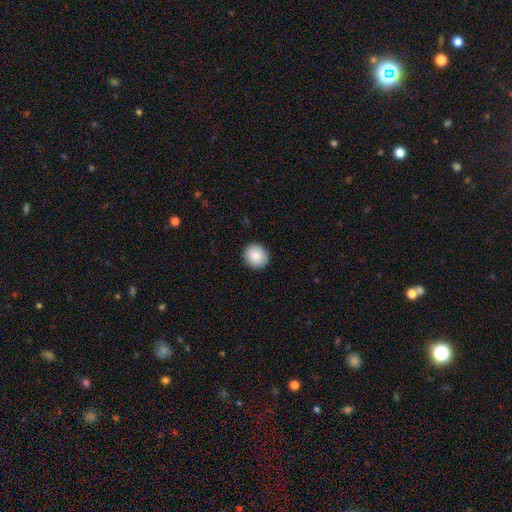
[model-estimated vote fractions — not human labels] This appears to be a smooth galaxy with no disk features (86%) that is round (88%). Merging: none (91%).